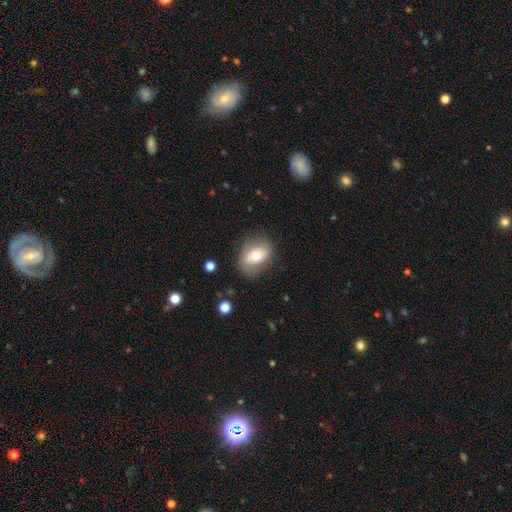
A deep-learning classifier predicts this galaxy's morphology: A smooth galaxy with no disk features (62%) that is in between round and cigar-shaped (70%).

Vote fractions:
- Smooth or featured? smooth: 62% / featured or disk: 30% / star or artifact: 8%
- How rounded? in between: 70% / round: 29% / cigar-shaped: 1%
- Merging? none: 74% / minor disturbance: 18% / major disturbance: 6% / merger: 2%